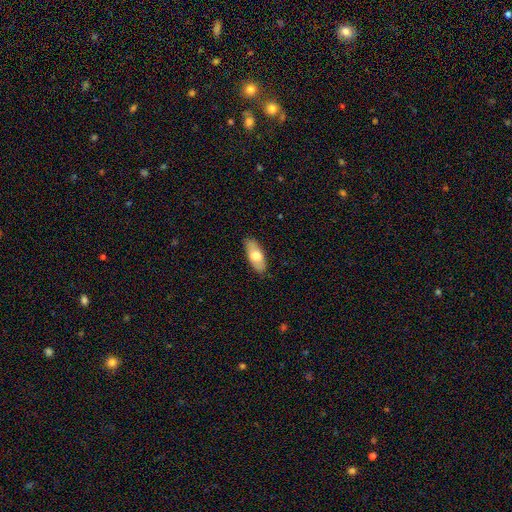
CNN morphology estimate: smooth 69%, featured or disk 26%, star or artifact 6%. Down the decision tree: how rounded — in between (83%); merging — none (86%).